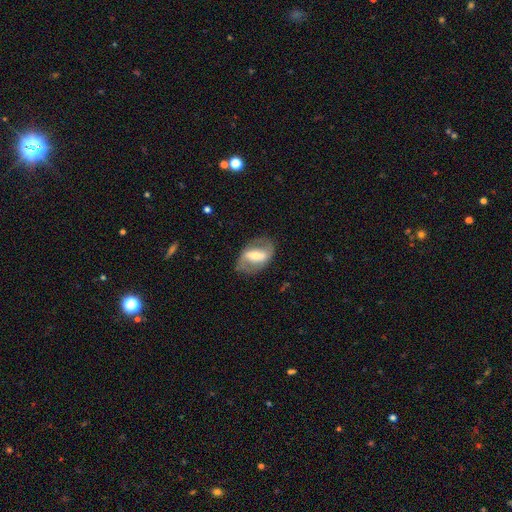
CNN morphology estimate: This is likely a featured or disk galaxy (67%). It is clearly not viewed edge-on (91%). Bar: possibly strong (58%). Spiral arm pattern: possibly yes (60%). Central bulge: possibly moderate (52%). Merging: likely none (74%).